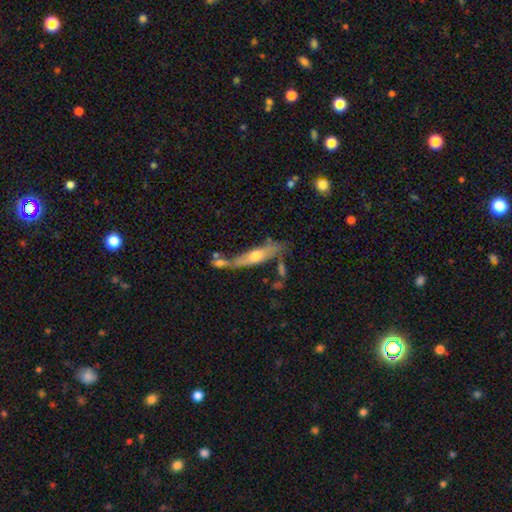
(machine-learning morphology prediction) Q: Smooth or featured?
A: smooth (48%); runner-up: featured or disk (46%)
Q: Merging?
A: none (52%); runner-up: merger (21%)